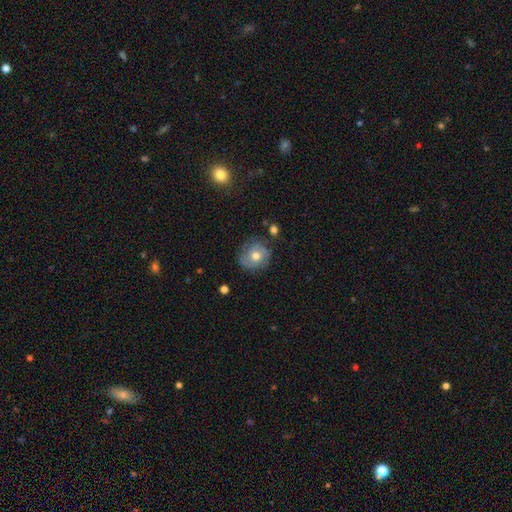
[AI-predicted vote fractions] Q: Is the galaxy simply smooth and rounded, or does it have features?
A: smooth — 47%.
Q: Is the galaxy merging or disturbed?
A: none — 72%.